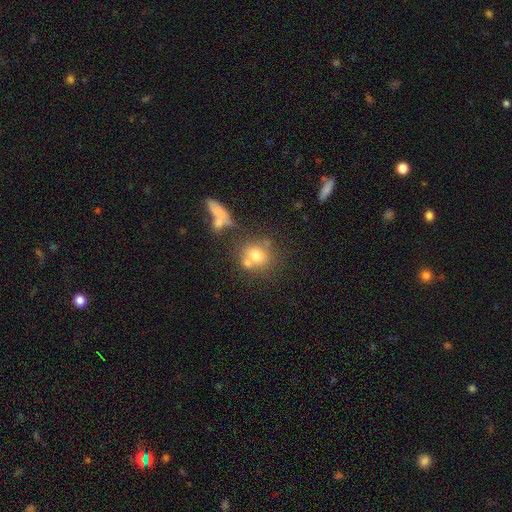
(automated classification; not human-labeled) A smooth galaxy with no disk features (71%) that is round (73%).

Vote fractions:
- Smooth or featured? smooth: 71% / featured or disk: 17% / star or artifact: 12%
- How rounded? round: 73% / in between: 25% / cigar-shaped: 2%
- Merging? none: 53% / merger: 29% / minor disturbance: 13% / major disturbance: 6%